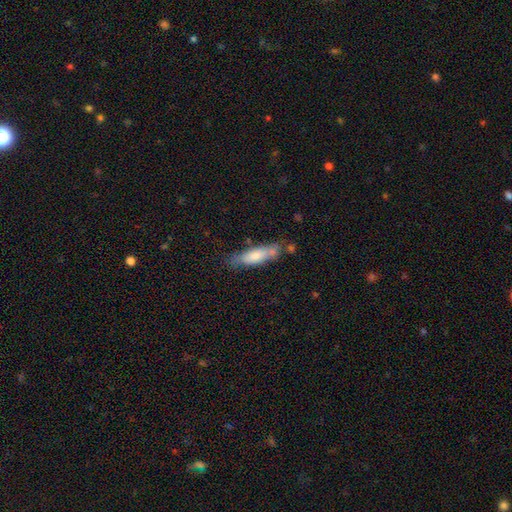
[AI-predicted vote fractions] The model was most divided on "how rounded": cigar-shaped: 62%, in between: 37%, round: 2%. More confident: smooth or featured — smooth (71%); merging — none (62%).